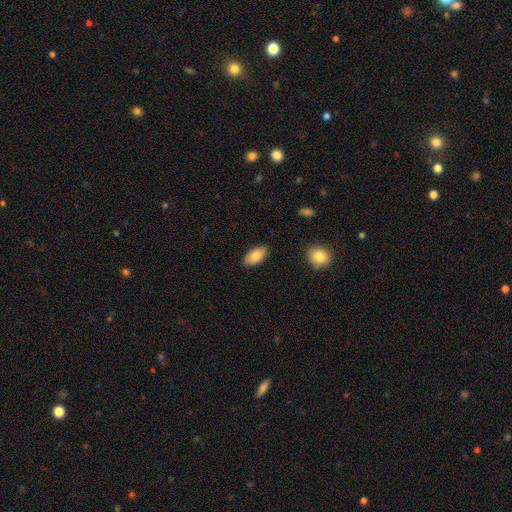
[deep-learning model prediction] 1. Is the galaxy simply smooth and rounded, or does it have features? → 85% smooth, 9% featured or disk, 7% star or artifact.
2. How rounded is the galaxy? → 94% in between, 3% cigar-shaped, 3% round.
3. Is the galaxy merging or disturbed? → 86% none, 11% minor disturbance, 2% major disturbance, 1% merger.